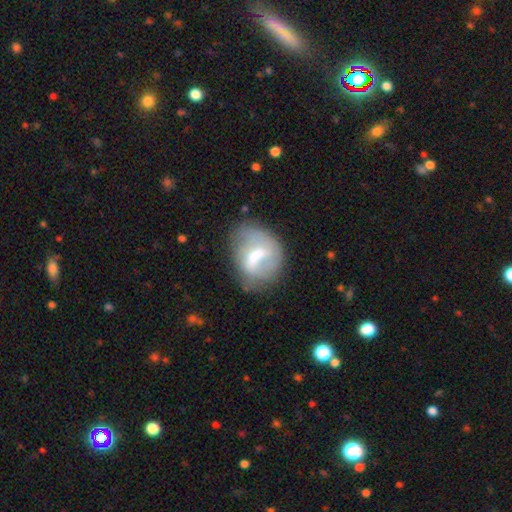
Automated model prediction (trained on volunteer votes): Smooth or featured?
  - featured or disk: 46% *
  - smooth: 45%
  - star or artifact: 8%
Merging?
  - none: 48% *
  - minor disturbance: 27%
  - major disturbance: 18%
  - merger: 7%